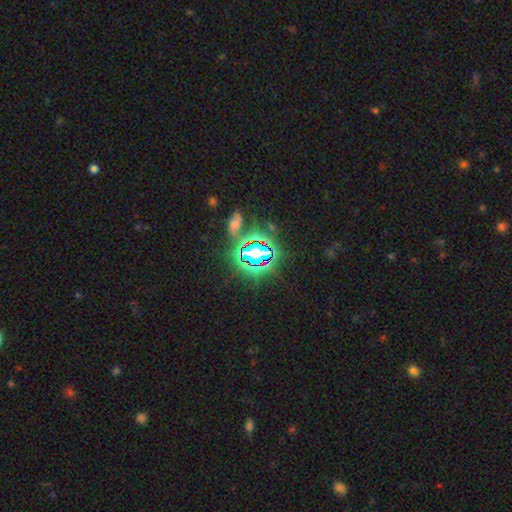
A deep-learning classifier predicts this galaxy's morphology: The model was most divided on "smooth or featured": star or artifact: 78%, smooth: 13%, featured or disk: 8%.